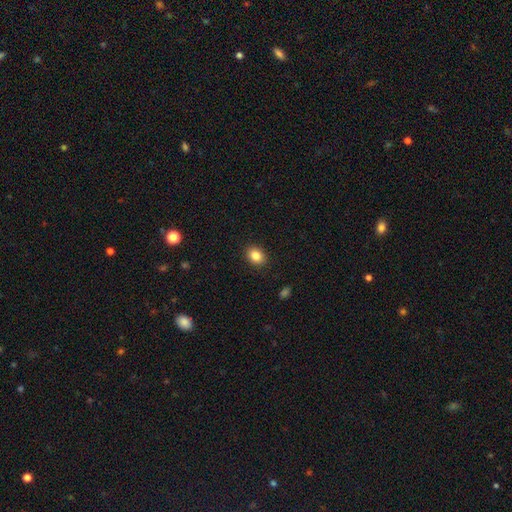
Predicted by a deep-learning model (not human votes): Morphology: type=smooth (85%); roundness=in between (61%); merging=none (90%).